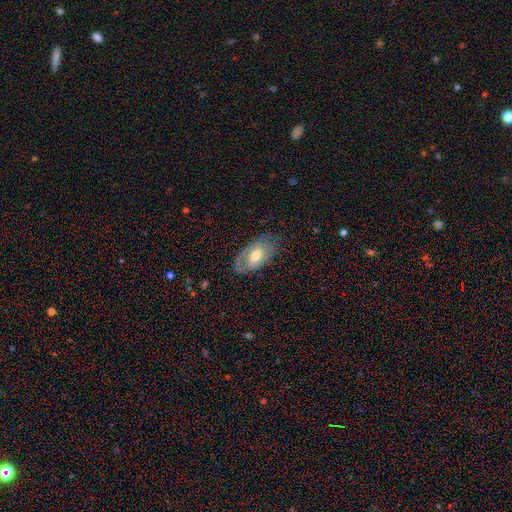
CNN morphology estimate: Smooth or featured? Predicted: featured or disk (p=0.64). Edge-on disk? Predicted: no (p=0.91). Bar? Predicted: no (p=0.59). Spiral arms? Predicted: yes (p=0.69). Bulge size? Predicted: moderate (p=0.66). Merging? Predicted: none (p=0.66).